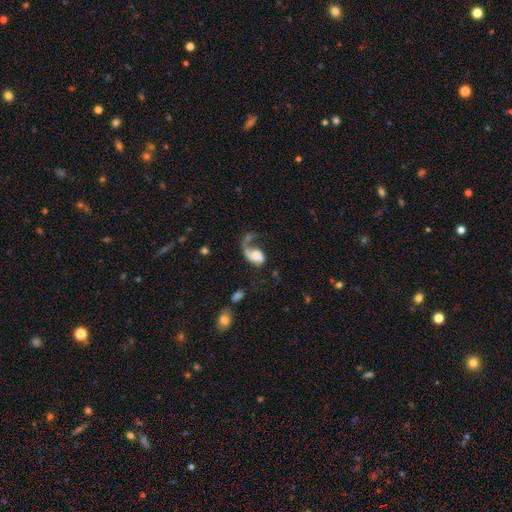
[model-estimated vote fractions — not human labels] Smooth or featured: featured or disk — 65% (smooth — 28%)
Edge-on disk: no — 97% (yes — 3%)
Bar: no — 68% (weak — 25%)
Spiral arms: yes — 86% (no — 14%)
Spiral winding: loose — 73% (medium — 20%)
Spiral arm count: 1 — 85% (2 — 9%)
Bulge size: moderate — 35% (large — 24%)
Merging: major disturbance — 51% (none — 26%)